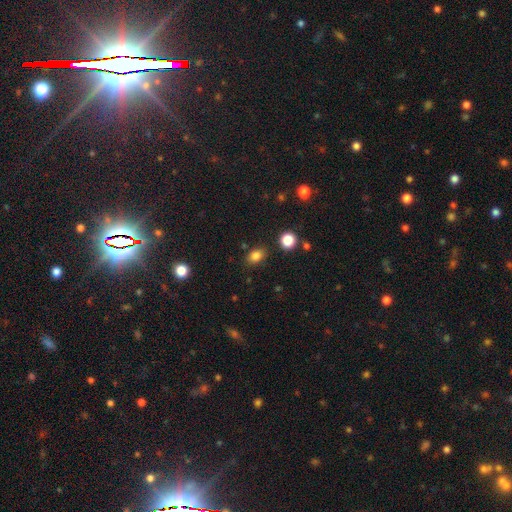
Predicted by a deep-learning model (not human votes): A smooth galaxy with no disk features (83%) that is in between round and cigar-shaped (72%). Merging: none (83%).